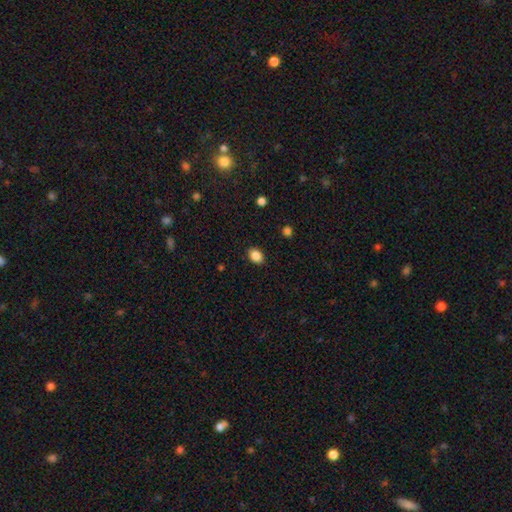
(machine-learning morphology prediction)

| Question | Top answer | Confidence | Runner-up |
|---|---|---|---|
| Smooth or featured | smooth | 87% | star or artifact (9%) |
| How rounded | in between | 73% | round (26%) |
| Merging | none | 88% | minor disturbance (8%) |